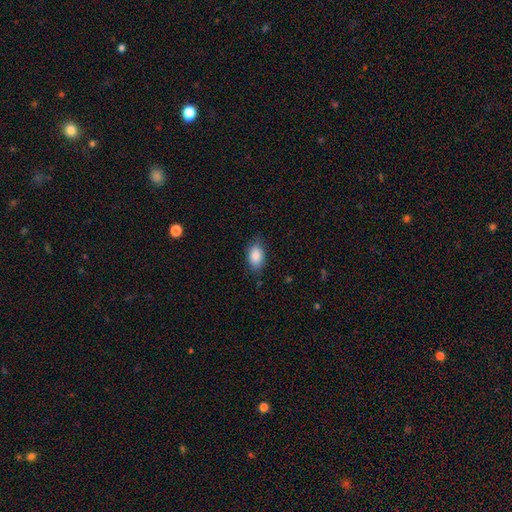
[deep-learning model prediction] Smooth or featured? Predicted: smooth (p=0.87). How rounded? Predicted: in between (p=0.89). Merging? Predicted: none (p=0.76).